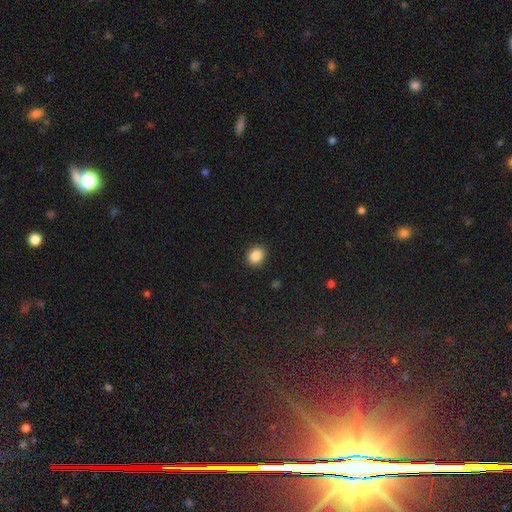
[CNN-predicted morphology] smooth_or_featured: smooth (p=0.88) [alt: star or artifact p=0.09]
how_rounded: round (p=0.60) [alt: in between p=0.39]
merging: none (p=0.90) [alt: minor disturbance p=0.06]